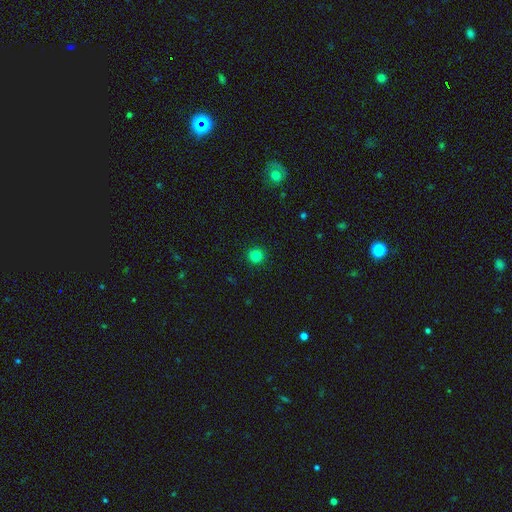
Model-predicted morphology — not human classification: Smooth or featured? smooth (83%)
How rounded? round (94%)
Merging? none (93%)